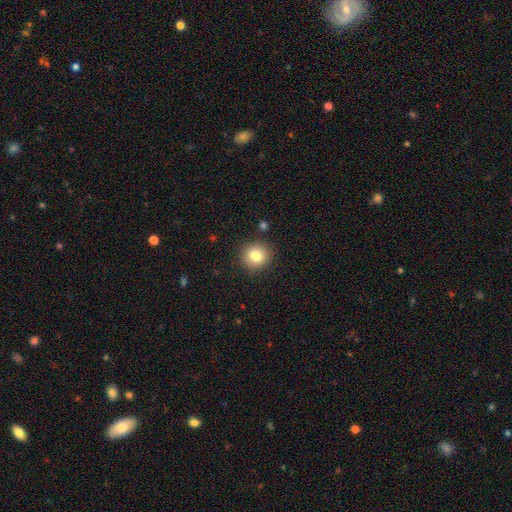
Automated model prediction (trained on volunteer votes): Smooth or featured?
  - smooth: 81% *
  - star or artifact: 10%
  - featured or disk: 8%
How rounded?
  - round: 88% *
  - in between: 11%
  - cigar-shaped: 1%
Merging?
  - none: 89% *
  - minor disturbance: 8%
  - major disturbance: 2%
  - merger: 2%